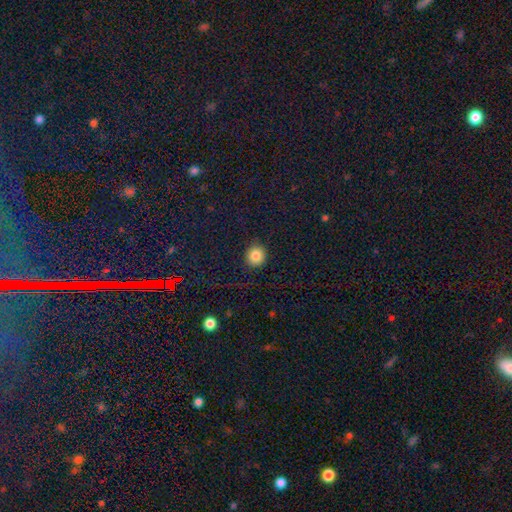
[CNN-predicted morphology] Overall: smooth (84%). How rounded: round (91%). Merging: none (91%).